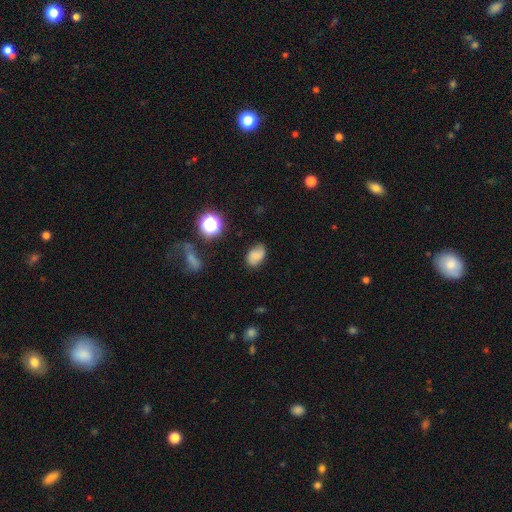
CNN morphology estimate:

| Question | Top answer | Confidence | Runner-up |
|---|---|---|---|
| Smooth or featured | smooth | 68% | featured or disk (19%) |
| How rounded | in between | 82% | round (17%) |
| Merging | none | 72% | minor disturbance (21%) |